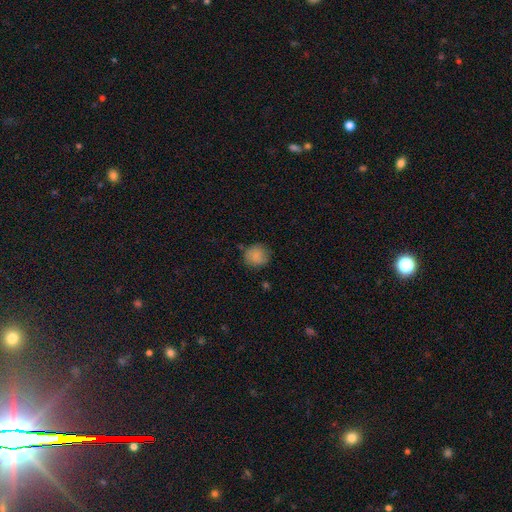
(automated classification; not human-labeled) smooth-or-featured: smooth: 83% | star or artifact: 9% | featured or disk: 8%
  how-rounded: round: 86% | in between: 13% | cigar-shaped: 1%
  merging: none: 77% | minor disturbance: 17% | major disturbance: 4% | merger: 2%